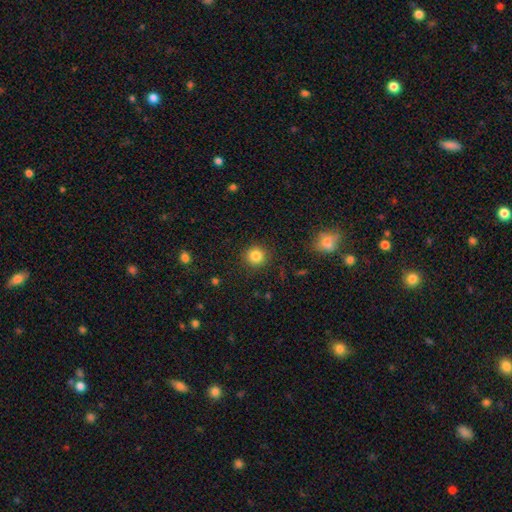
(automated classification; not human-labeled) The model was most divided on "smooth or featured": smooth: 84%, star or artifact: 11%, featured or disk: 5%. More confident: how rounded — round (93%); merging — none (90%).